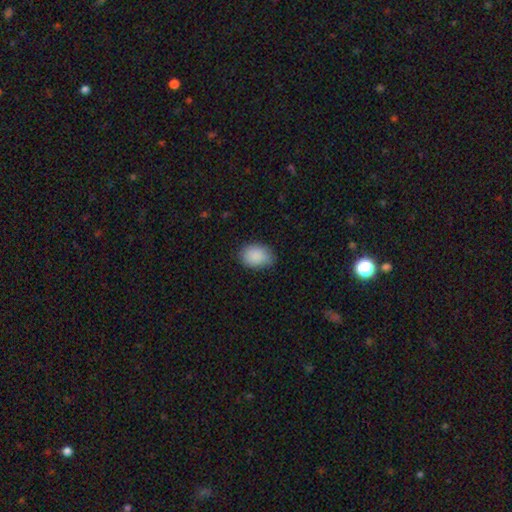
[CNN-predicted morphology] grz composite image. It shows a smooth galaxy with no disk features (89%) that is in between round and cigar-shaped (74%). Merging: none (73%).